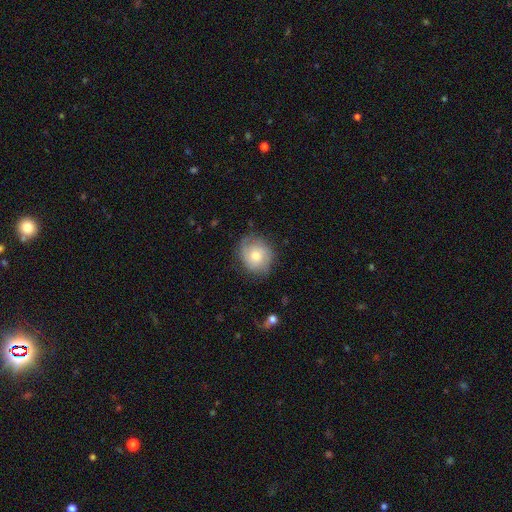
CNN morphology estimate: Smooth or featured?
  - smooth: 56% *
  - featured or disk: 36%
  - star or artifact: 8%
How rounded?
  - round: 75% *
  - in between: 24%
  - cigar-shaped: 1%
Merging?
  - none: 72% *
  - minor disturbance: 21%
  - major disturbance: 6%
  - merger: 1%